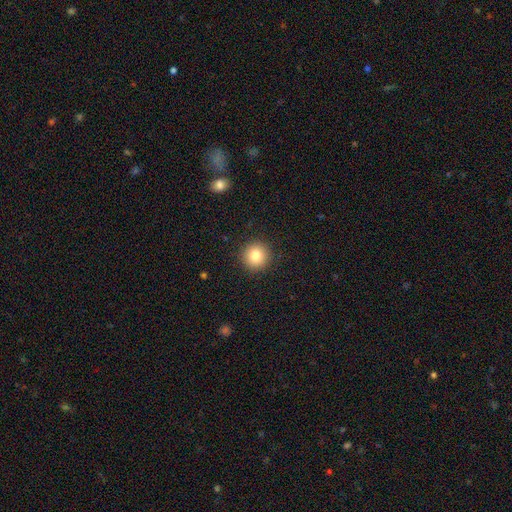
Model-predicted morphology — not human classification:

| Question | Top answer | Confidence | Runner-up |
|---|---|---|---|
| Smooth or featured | smooth | 82% | star or artifact (10%) |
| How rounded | round | 93% | in between (6%) |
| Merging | none | 91% | minor disturbance (6%) |